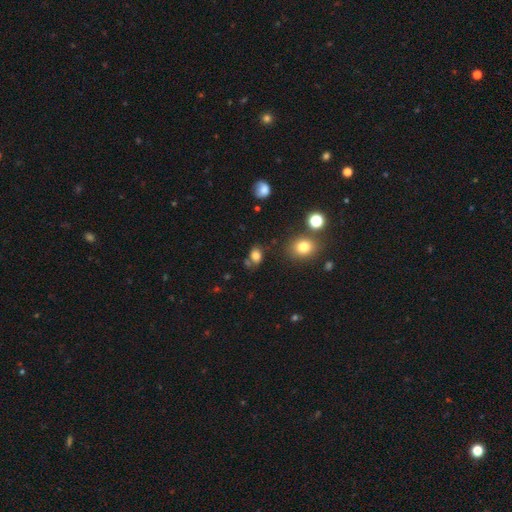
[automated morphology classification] Smooth or featured? smooth (79%)
How rounded? in between (63%)
Merging? none (65%)